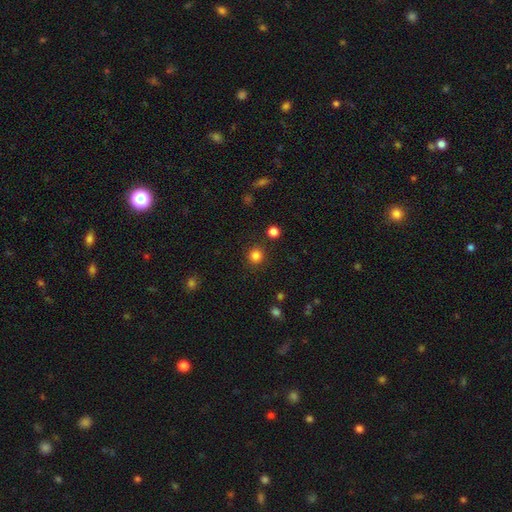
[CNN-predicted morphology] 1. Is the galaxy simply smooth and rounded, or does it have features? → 83% smooth, 13% star or artifact, 4% featured or disk.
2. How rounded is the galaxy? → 92% round, 7% in between, 1% cigar-shaped.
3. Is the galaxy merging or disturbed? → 89% none, 6% minor disturbance, 3% major disturbance, 2% merger.